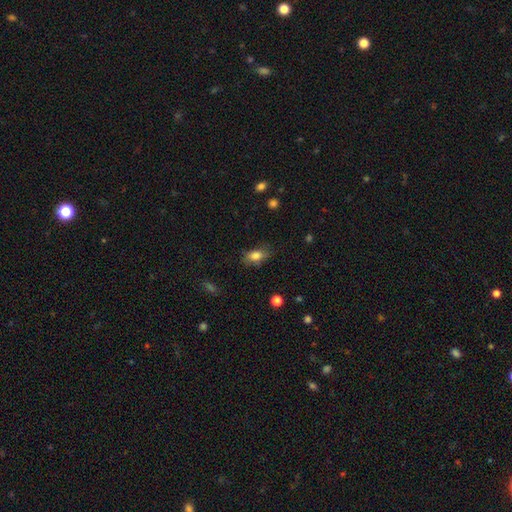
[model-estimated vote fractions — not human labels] Smooth or featured: smooth — 81% (featured or disk — 10%)
How rounded: in between — 84% (round — 10%)
Merging: none — 72% (minor disturbance — 21%)